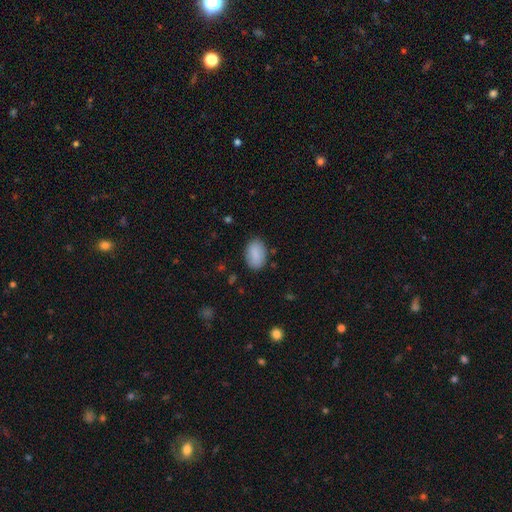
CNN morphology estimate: Overall: smooth (88%). How rounded: in between (91%). Merging: none (83%).